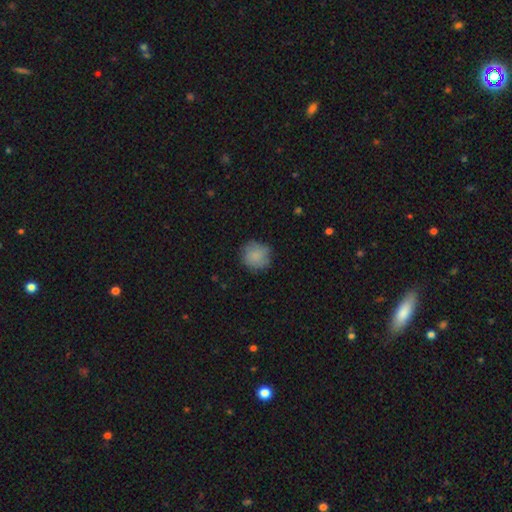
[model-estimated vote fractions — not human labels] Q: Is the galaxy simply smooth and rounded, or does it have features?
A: smooth — 82%.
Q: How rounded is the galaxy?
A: round — 89%.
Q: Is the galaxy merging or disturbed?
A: none — 73%.